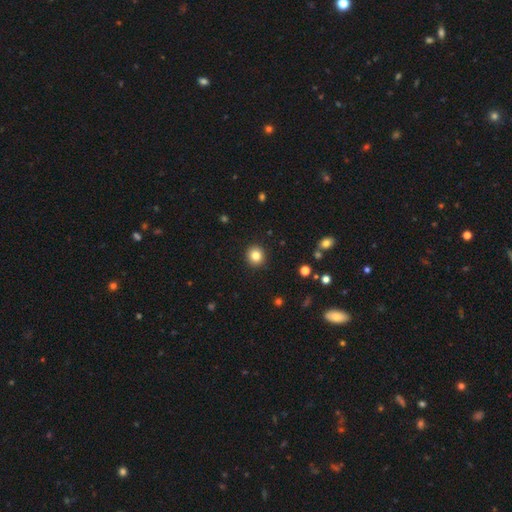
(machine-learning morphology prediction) type=smooth (83%); roundness=round (90%); merging=none (92%).